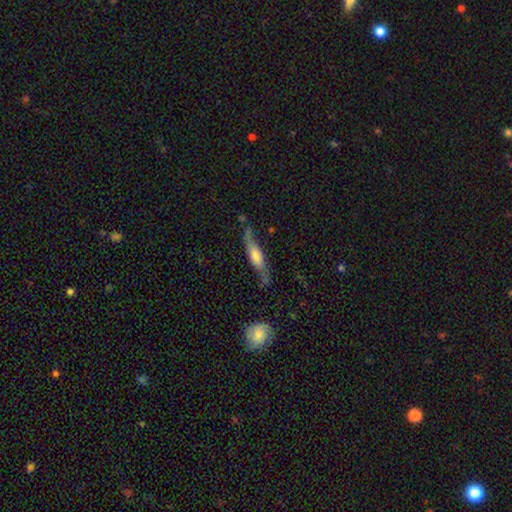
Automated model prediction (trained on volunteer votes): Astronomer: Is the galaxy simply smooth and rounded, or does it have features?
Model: featured or disk — 56% (runner-up: smooth, 38%).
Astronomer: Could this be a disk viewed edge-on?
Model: yes — 73%.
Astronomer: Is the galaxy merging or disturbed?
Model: none — 65%.